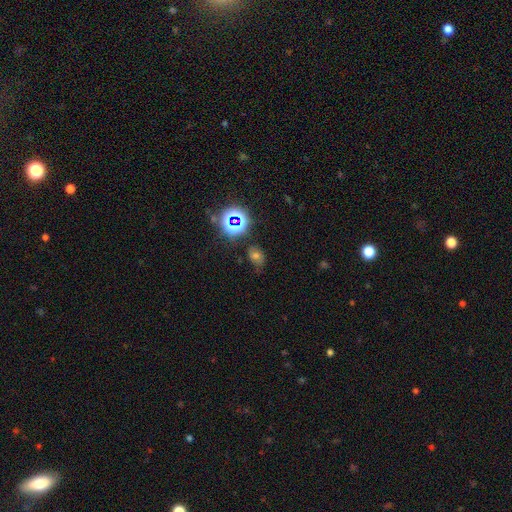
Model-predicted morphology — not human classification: Smooth or featured? smooth (50%)
Merging? none (67%)